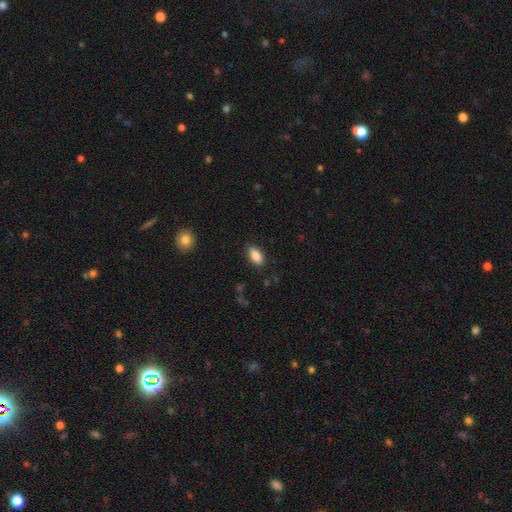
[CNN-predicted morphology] Q: Smooth or featured?
A: smooth (87%); runner-up: star or artifact (8%)
Q: How rounded?
A: in between (91%); runner-up: cigar-shaped (5%)
Q: Merging?
A: none (86%); runner-up: minor disturbance (10%)